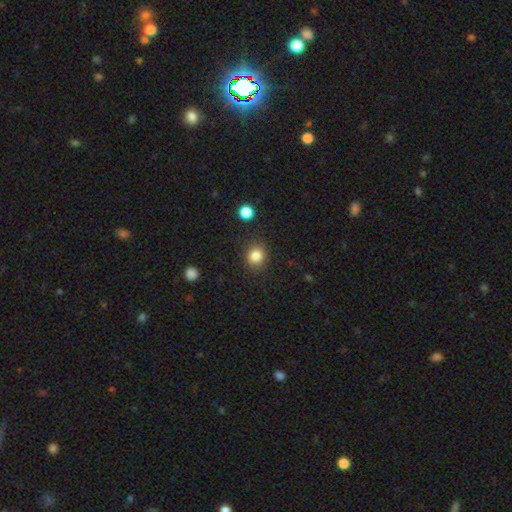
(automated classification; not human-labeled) Smooth or featured: smooth — 84% (star or artifact — 11%)
How rounded: round — 78% (in between — 21%)
Merging: none — 87% (minor disturbance — 9%)